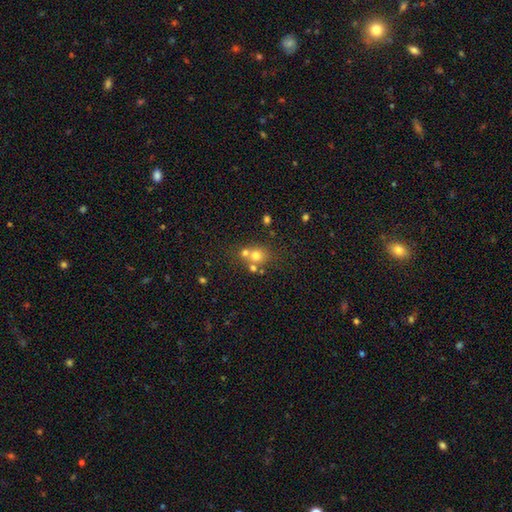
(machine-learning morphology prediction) This is likely a smooth galaxy (68%). How rounded: likely round (78%). Merging: possibly none (45%).